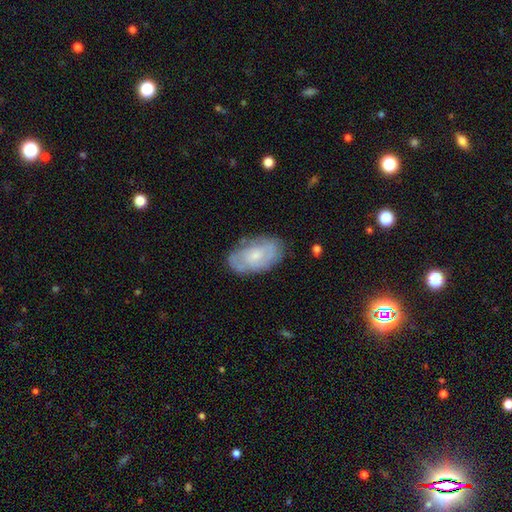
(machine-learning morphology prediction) featured or disk 58%, smooth 35%, star or artifact 6%. Down the decision tree: edge-on disk — no (95%); bar — no (72%); spiral arms — yes (72%); bulge size — small (59%); merging — none (72%).